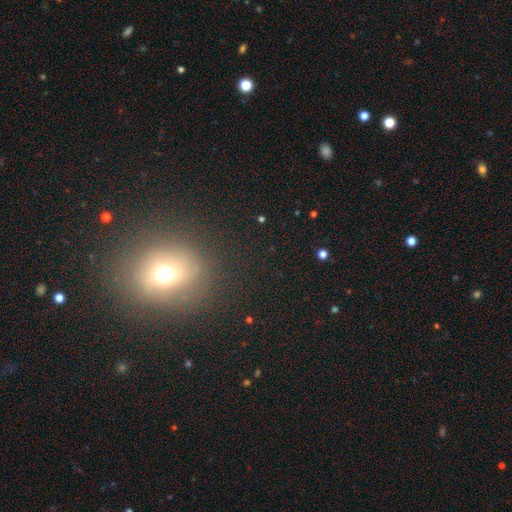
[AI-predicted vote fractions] smooth 53%, star or artifact 35%, featured or disk 13%. Down the decision tree: how rounded — round (63%); merging — none (89%).